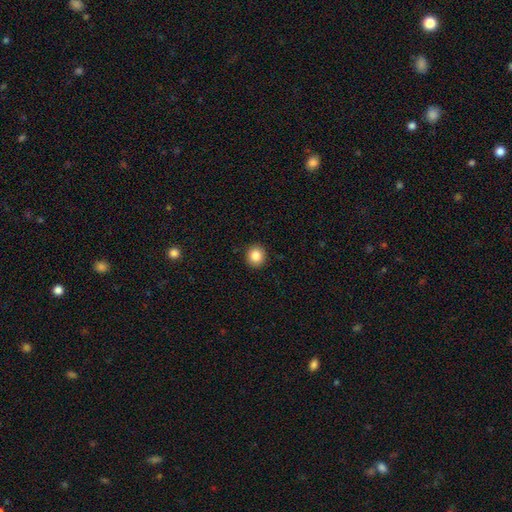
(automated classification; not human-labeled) Smooth or featured?
  - smooth: 86% *
  - star or artifact: 10%
  - featured or disk: 5%
How rounded?
  - round: 88% *
  - in between: 11%
  - cigar-shaped: 1%
Merging?
  - none: 92% *
  - minor disturbance: 5%
  - major disturbance: 2%
  - merger: 1%